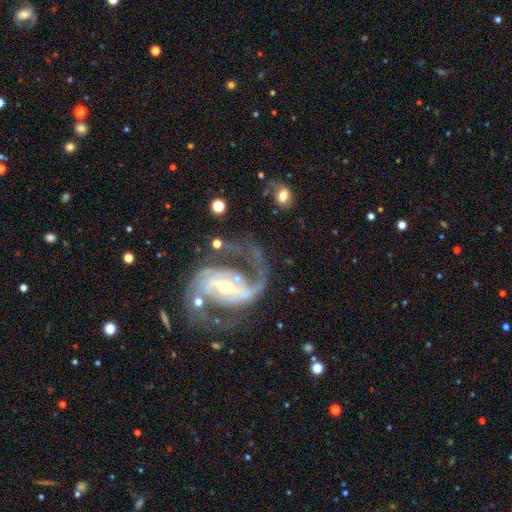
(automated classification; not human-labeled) A featured or disk galaxy (91%) with a strong bar (50%), 2 (89%) medium (53%) spiral arms (97%) and a small central bulge (55%). Merging: none (60%).